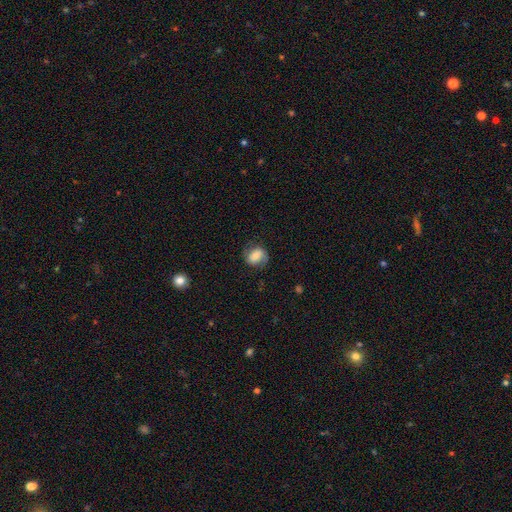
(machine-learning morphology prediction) type=smooth (61%); roundness=in between (57%); merging=none (64%).